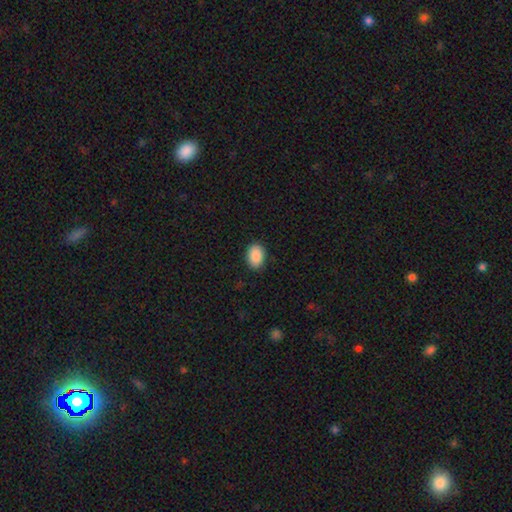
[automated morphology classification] A smooth galaxy with no disk features (90%) that is in between round and cigar-shaped (83%). Merging: none (87%).